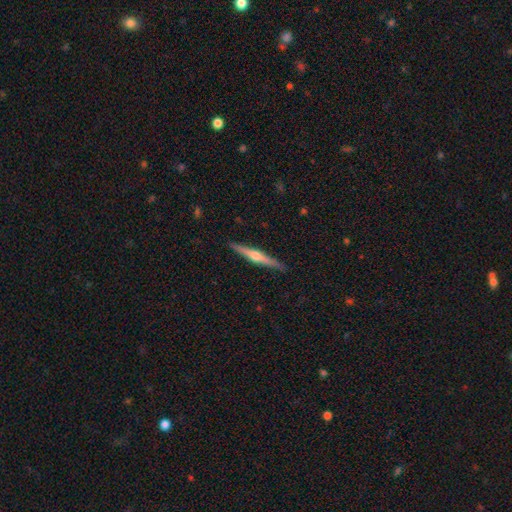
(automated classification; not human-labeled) A featured or disk galaxy (73%) viewed edge-on (98%) with a rounded central bulge (91%). Merging: none (91%).